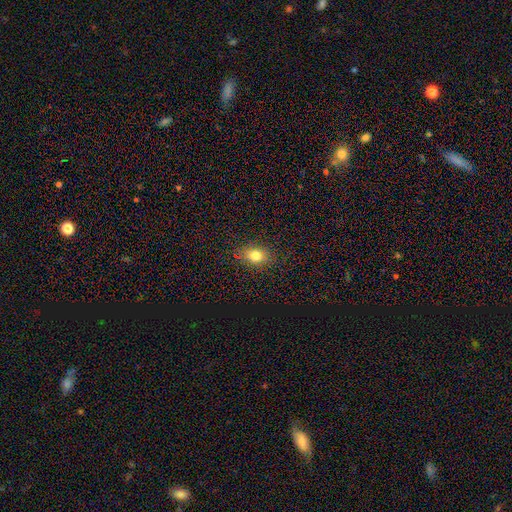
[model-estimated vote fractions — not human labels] A smooth galaxy with no disk features (79%) that is in between round and cigar-shaped (66%). Merging: none (87%).